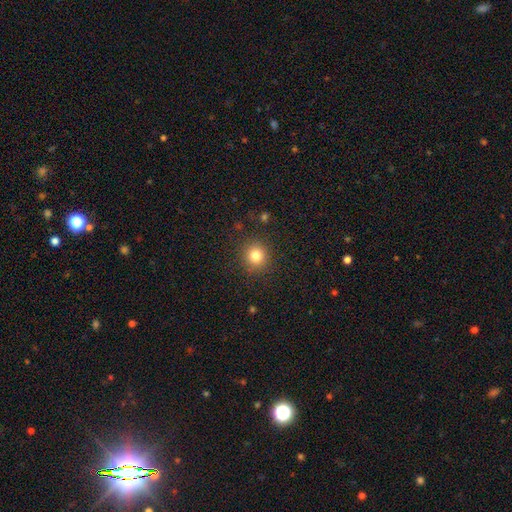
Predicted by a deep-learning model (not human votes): A smooth galaxy with no disk features (81%) that is round (92%).

Vote fractions:
- Smooth or featured? smooth: 81% / star or artifact: 12% / featured or disk: 6%
- How rounded? round: 92% / in between: 7% / cigar-shaped: 1%
- Merging? none: 89% / minor disturbance: 7% / major disturbance: 3% / merger: 1%